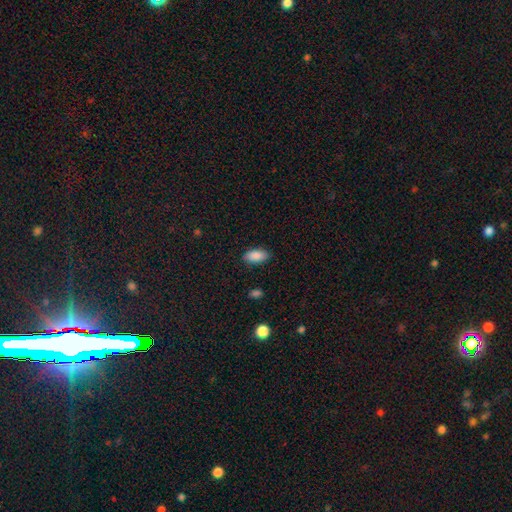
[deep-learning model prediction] Smooth or featured? smooth (89%)
How rounded? in between (92%)
Merging? none (85%)